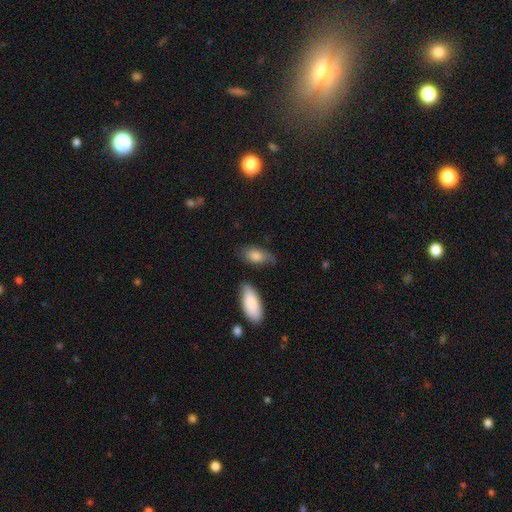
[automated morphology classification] A smooth galaxy with no disk features (81%) that is in between round and cigar-shaped (90%).

Vote fractions:
- Smooth or featured? smooth: 81% / featured or disk: 12% / star or artifact: 7%
- How rounded? in between: 90% / cigar-shaped: 5% / round: 5%
- Merging? none: 60% / minor disturbance: 27% / major disturbance: 7% / merger: 5%